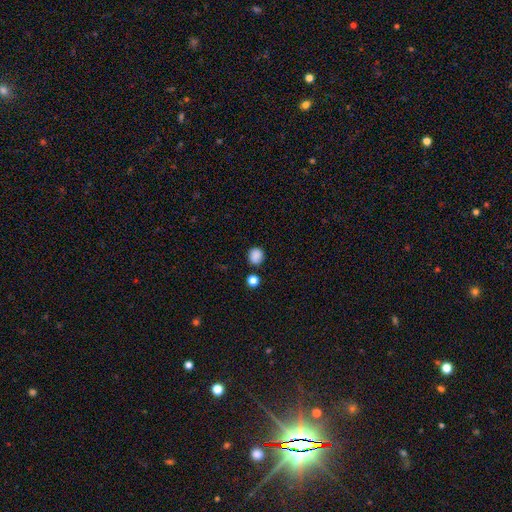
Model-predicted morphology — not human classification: The model was most divided on "how rounded": round: 78%, in between: 21%, cigar-shaped: 1%. More confident: smooth or featured — smooth (86%); merging — none (82%).